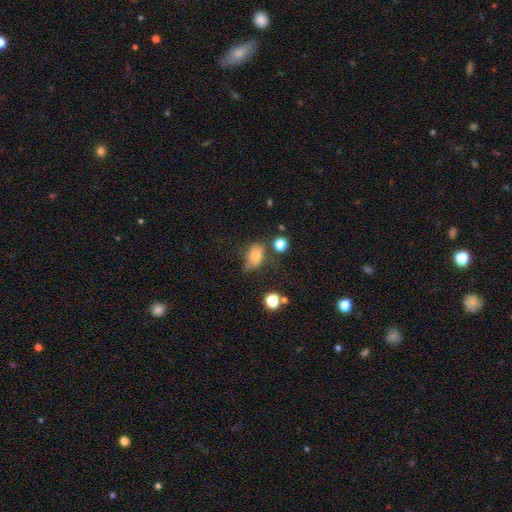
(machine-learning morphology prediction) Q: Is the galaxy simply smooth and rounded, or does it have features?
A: smooth — 76%.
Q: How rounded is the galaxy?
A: in between — 84%.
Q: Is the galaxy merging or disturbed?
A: none — 46%.